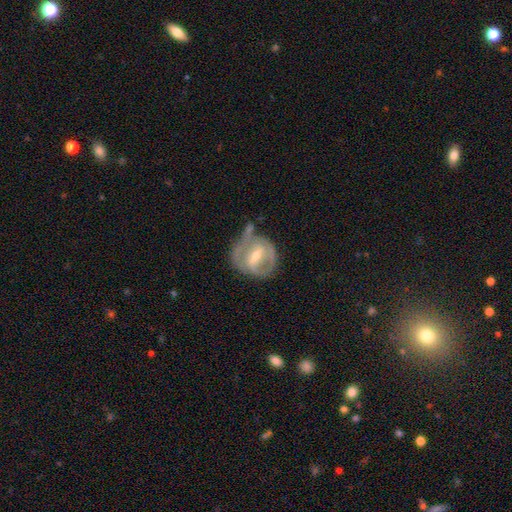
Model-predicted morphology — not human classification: smooth_or_featured: featured or disk (p=0.75) [alt: smooth p=0.20]
disk_edge_on: no (p=0.96) [alt: yes p=0.04]
bar: weak (p=0.46) [alt: strong p=0.37]
has_spiral_arms: yes (p=0.68) [alt: no p=0.32]
bulge_size: moderate (p=0.51) [alt: small p=0.45]
merging: none (p=0.40) [alt: minor disturbance p=0.26]